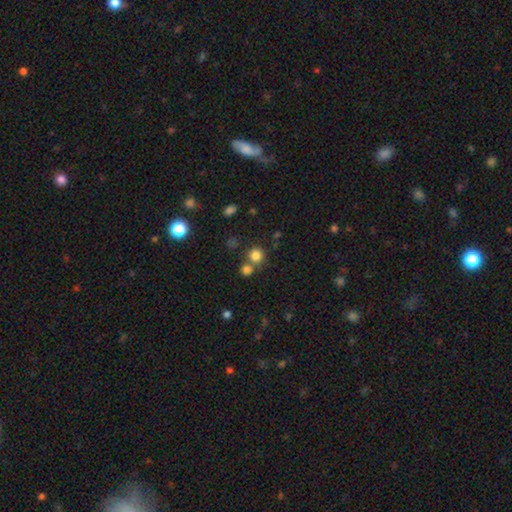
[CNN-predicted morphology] A smooth galaxy with no disk features (80%) that is round (91%).

Vote fractions:
- Smooth or featured? smooth: 80% / star or artifact: 14% / featured or disk: 6%
- How rounded? round: 91% / in between: 8% / cigar-shaped: 1%
- Merging? none: 63% / merger: 27% / minor disturbance: 7% / major disturbance: 3%